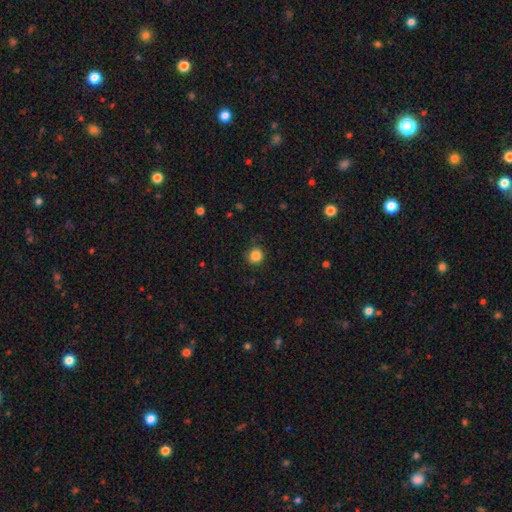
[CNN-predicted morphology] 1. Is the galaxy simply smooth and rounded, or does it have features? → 85% smooth, 11% star or artifact, 4% featured or disk.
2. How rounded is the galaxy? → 89% round, 10% in between, 1% cigar-shaped.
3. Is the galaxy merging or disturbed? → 83% none, 12% minor disturbance, 3% major disturbance, 1% merger.